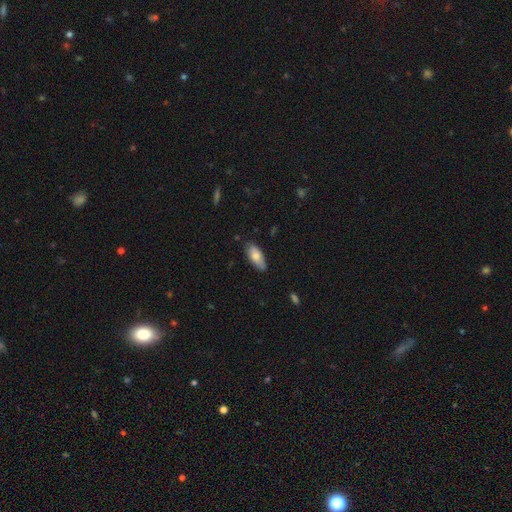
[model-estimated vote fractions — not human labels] smooth_or_featured: smooth (p=0.74) [alt: featured or disk p=0.19]
how_rounded: in between (p=0.85) [alt: cigar-shaped p=0.12]
merging: none (p=0.78) [alt: minor disturbance p=0.18]